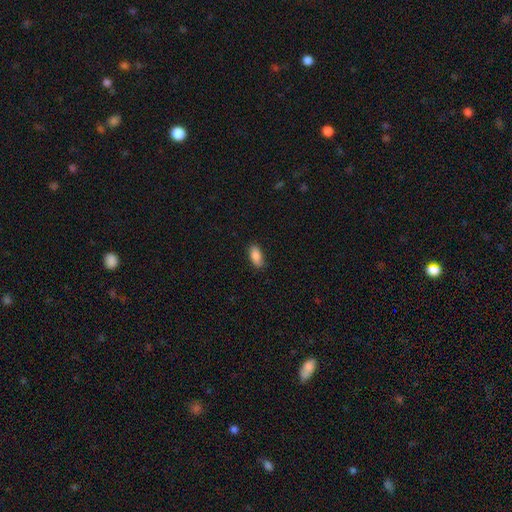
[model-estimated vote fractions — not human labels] Smooth or featured? Predicted: smooth (p=0.87). How rounded? Predicted: in between (p=0.90). Merging? Predicted: none (p=0.84).